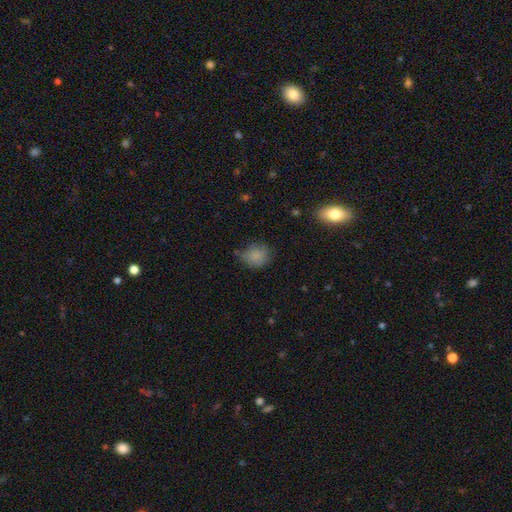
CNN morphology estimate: This appears to be a smooth galaxy with no disk features (82%) that is round (62%). Merging: none (63%).